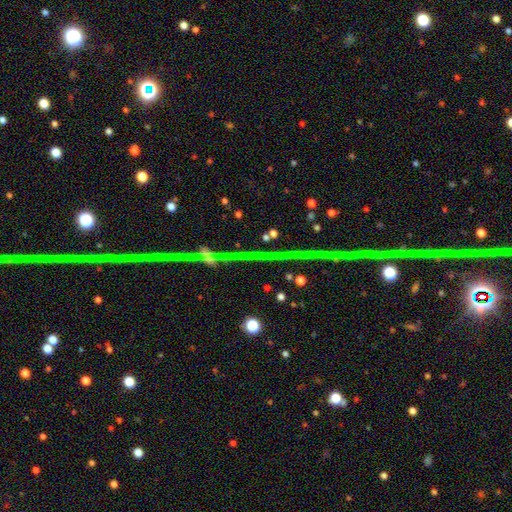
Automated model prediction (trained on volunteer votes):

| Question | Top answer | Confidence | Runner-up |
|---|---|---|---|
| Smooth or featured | star or artifact | 60% | featured or disk (33%) |